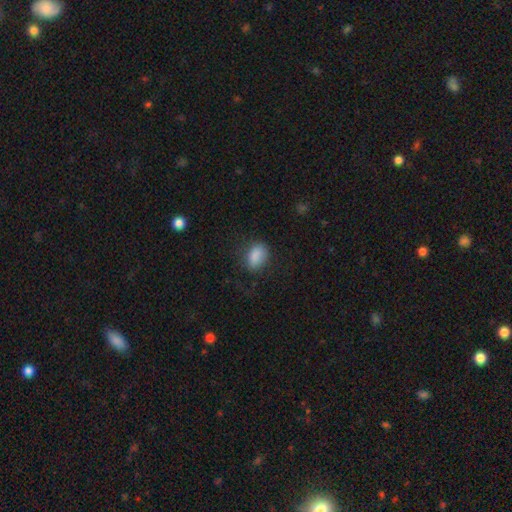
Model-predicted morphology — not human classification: This is clearly a smooth galaxy (86%). How rounded: clearly in between (83%). Merging: likely none (72%).